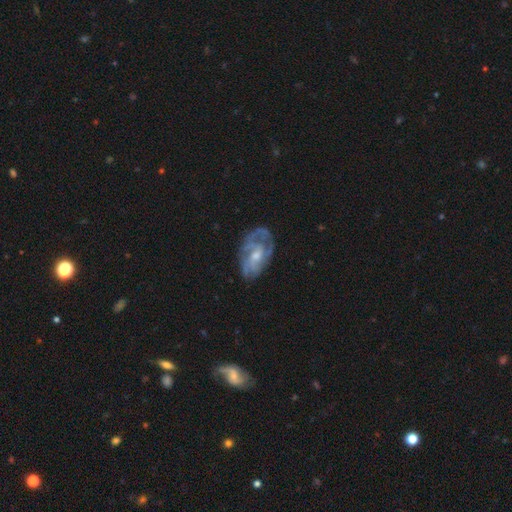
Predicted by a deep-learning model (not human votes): This is likely a featured or disk galaxy (76%). It is clearly not viewed edge-on (95%). Bar: likely no (60%). Spiral arm pattern: clearly yes (83%). Spiral arm count: marginally can't tell (41%). Spiral winding: possibly tight (50%). Central bulge: possibly moderate (49%). Merging: likely none (63%).